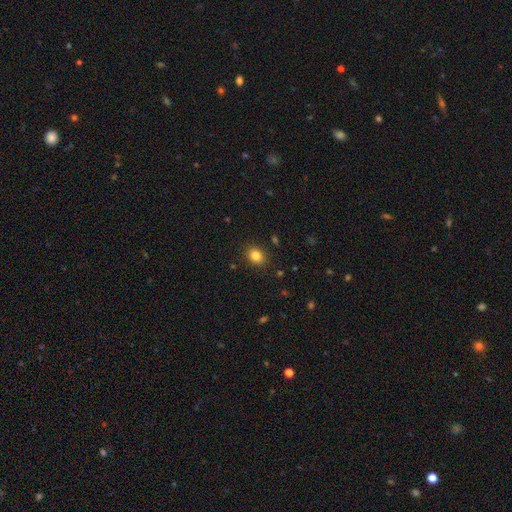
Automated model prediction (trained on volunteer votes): Morphology: type=smooth (83%); roundness=in between (55%); merging=none (88%).